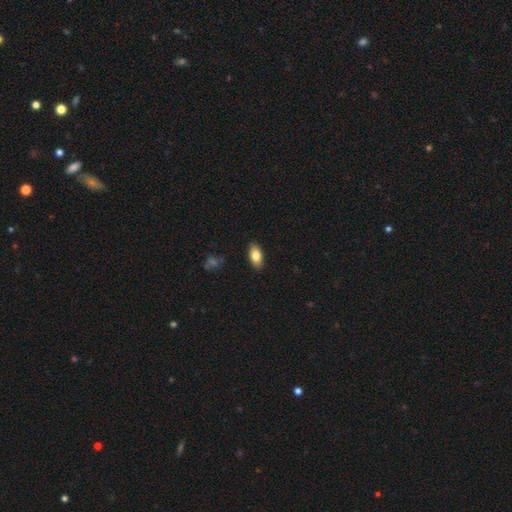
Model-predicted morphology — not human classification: This is clearly a smooth galaxy (81%). How rounded: clearly in between (90%). Merging: clearly none (88%).